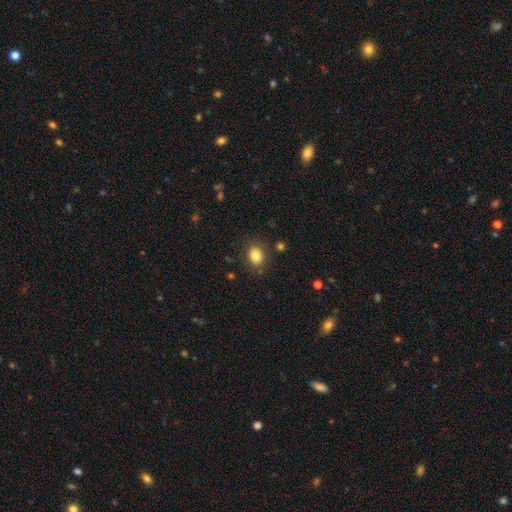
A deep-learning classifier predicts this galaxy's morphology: Smooth or featured: smooth — 82% (star or artifact — 9%)
How rounded: in between — 62% (round — 37%)
Merging: none — 83% (minor disturbance — 11%)